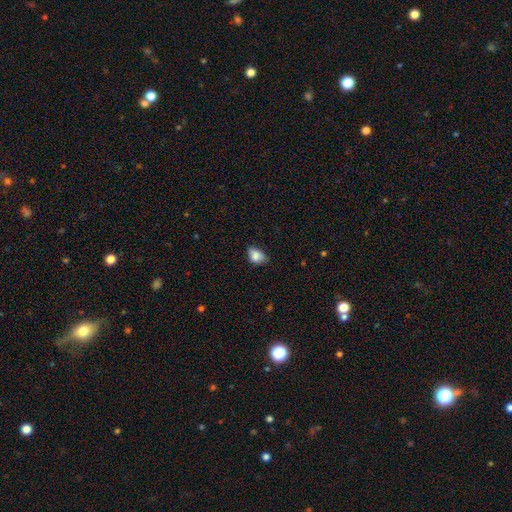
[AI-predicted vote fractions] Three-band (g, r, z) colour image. It shows a smooth galaxy with no disk features (80%) that is in between round and cigar-shaped (82%). Merging: none (55%).